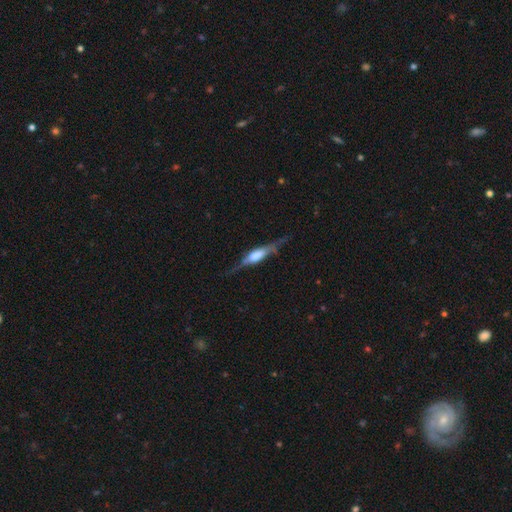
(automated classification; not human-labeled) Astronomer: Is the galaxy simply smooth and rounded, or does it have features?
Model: featured or disk — 73%.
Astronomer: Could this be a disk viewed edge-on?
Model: yes — 92%.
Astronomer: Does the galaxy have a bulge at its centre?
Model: rounded — 49% (runner-up: boxy, 44%).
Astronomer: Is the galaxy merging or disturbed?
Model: none — 69%.